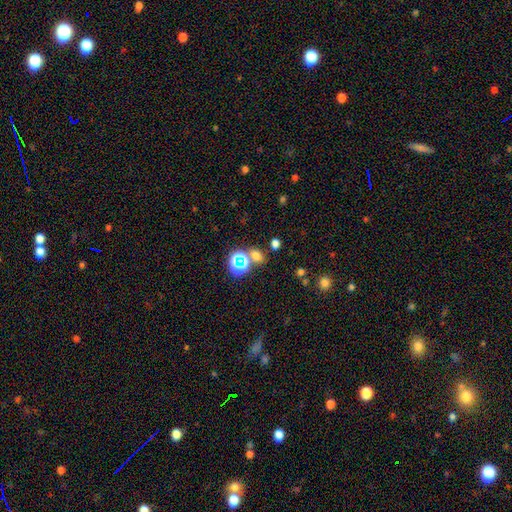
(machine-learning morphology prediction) A smooth galaxy with no disk features (61%) that is round (49%, tied with in between). Merging: none (73%).